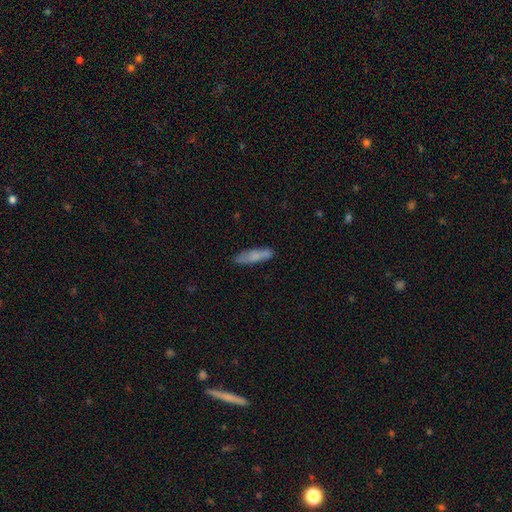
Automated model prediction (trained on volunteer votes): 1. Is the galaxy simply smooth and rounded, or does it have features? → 73% smooth, 20% featured or disk, 7% star or artifact.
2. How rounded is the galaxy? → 73% cigar-shaped, 26% in between, 2% round.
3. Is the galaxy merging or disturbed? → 75% none, 17% minor disturbance, 5% merger, 4% major disturbance.